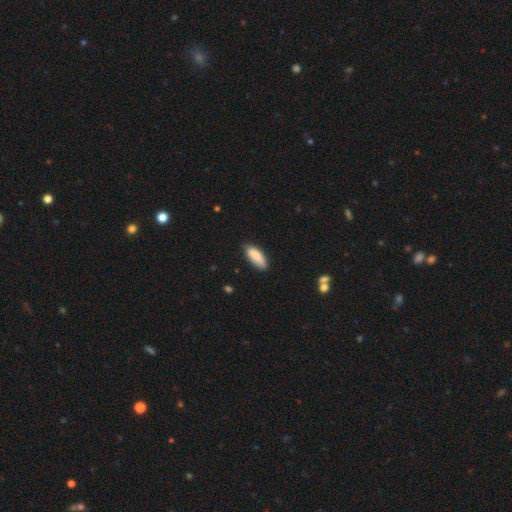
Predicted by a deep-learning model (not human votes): This appears to be a smooth galaxy with no disk features (85%) that is in between round and cigar-shaped (74%). Merging: none (75%).